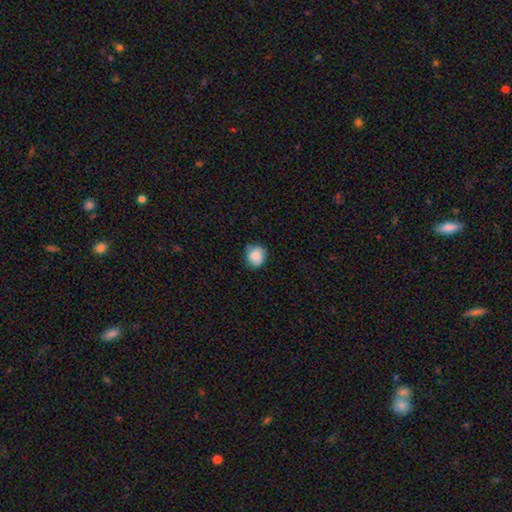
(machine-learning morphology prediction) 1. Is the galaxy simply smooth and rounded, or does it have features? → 86% smooth, 8% star or artifact, 6% featured or disk.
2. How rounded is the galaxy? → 84% round, 15% in between, 1% cigar-shaped.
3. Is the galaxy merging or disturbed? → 76% none, 20% minor disturbance, 3% major disturbance, 1% merger.